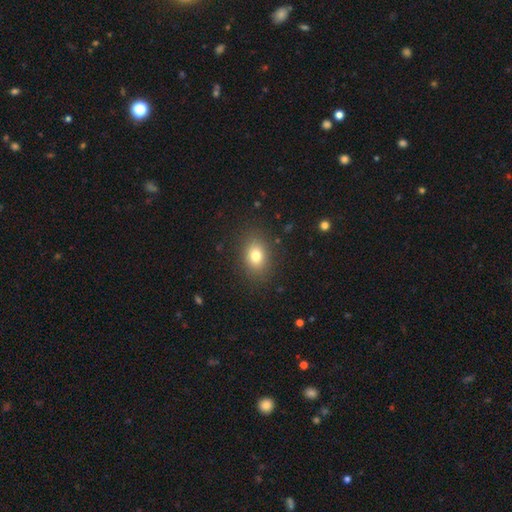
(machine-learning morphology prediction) type=smooth (79%); roundness=in between (67%); merging=none (87%).